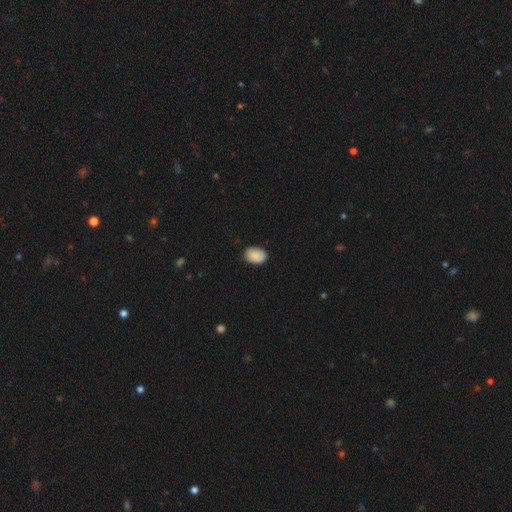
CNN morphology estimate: Smooth or featured? smooth (89%)
How rounded? in between (82%)
Merging? none (84%)